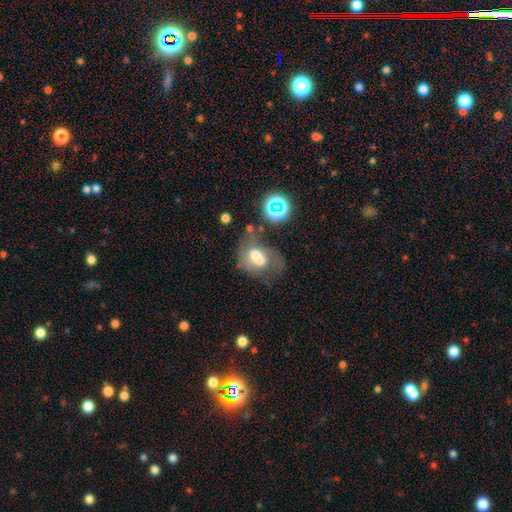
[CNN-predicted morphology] This appears to be a smooth galaxy with no disk features (46%). Merging: major disturbance (35%).